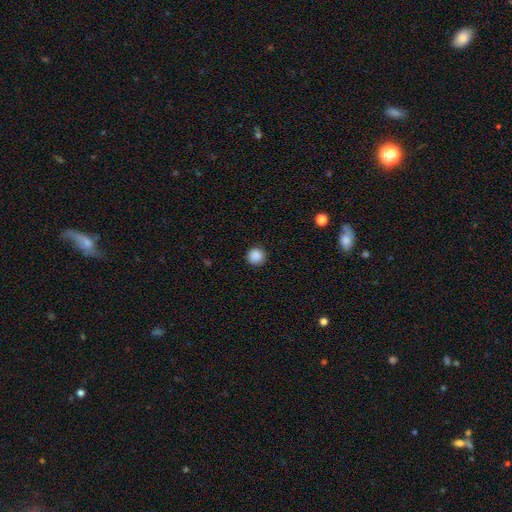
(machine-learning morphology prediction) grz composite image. It shows a smooth galaxy with no disk features (88%) that is round (95%). Merging: none (91%).